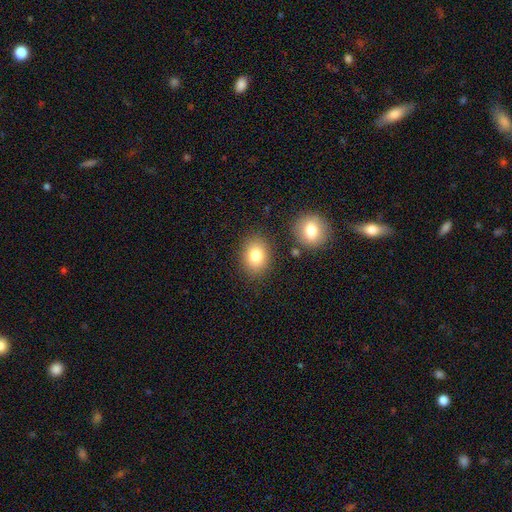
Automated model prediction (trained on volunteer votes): smooth-or-featured: smooth: 80% | star or artifact: 10% | featured or disk: 10%
  how-rounded: in between: 57% | round: 42% | cigar-shaped: 1%
  merging: none: 81% | minor disturbance: 10% | merger: 5% | major disturbance: 3%